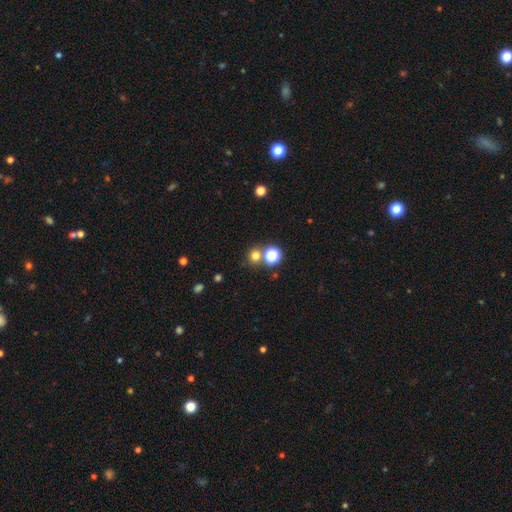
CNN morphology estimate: Overall: smooth (72%). How rounded: round (91%). Merging: none (69%).